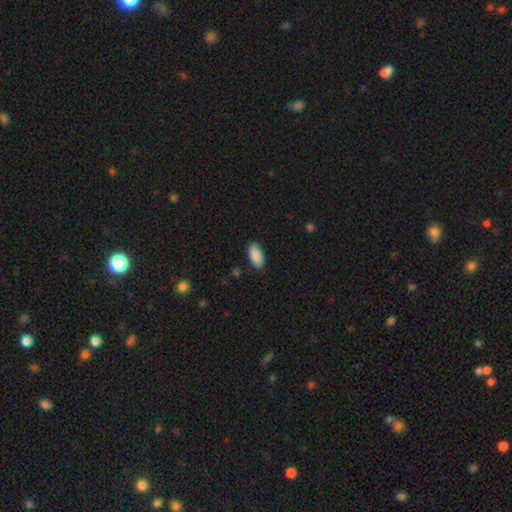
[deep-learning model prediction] Smooth or featured: smooth — 90% (star or artifact — 6%)
How rounded: in between — 92% (cigar-shaped — 6%)
Merging: none — 87% (minor disturbance — 10%)